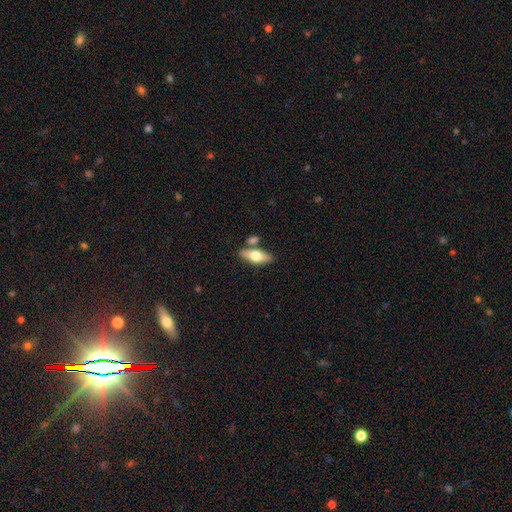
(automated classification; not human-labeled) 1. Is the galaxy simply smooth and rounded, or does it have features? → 56% smooth, 38% featured or disk, 6% star or artifact.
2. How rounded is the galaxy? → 66% in between, 30% cigar-shaped, 4% round.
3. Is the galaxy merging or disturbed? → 71% none, 14% merger, 12% minor disturbance, 3% major disturbance.